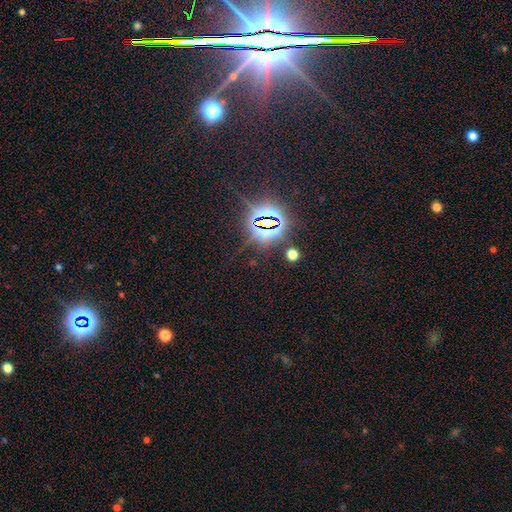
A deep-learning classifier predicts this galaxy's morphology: Smooth or featured?
  - star or artifact: 82% *
  - smooth: 10%
  - featured or disk: 8%